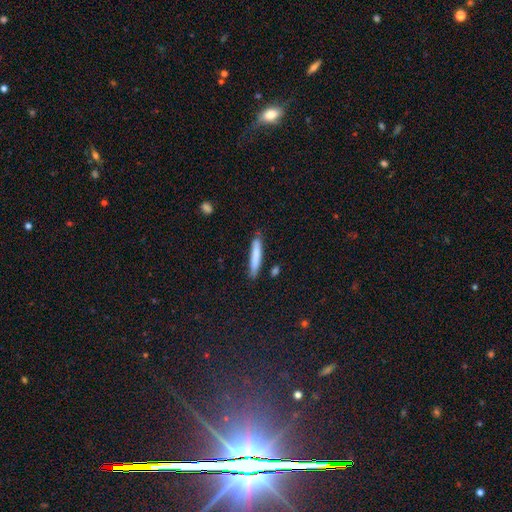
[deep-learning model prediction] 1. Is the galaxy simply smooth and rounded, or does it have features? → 77% smooth, 17% featured or disk, 6% star or artifact.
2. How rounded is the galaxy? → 93% cigar-shaped, 6% in between, 1% round.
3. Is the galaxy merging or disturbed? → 83% none, 13% minor disturbance, 2% merger, 2% major disturbance.